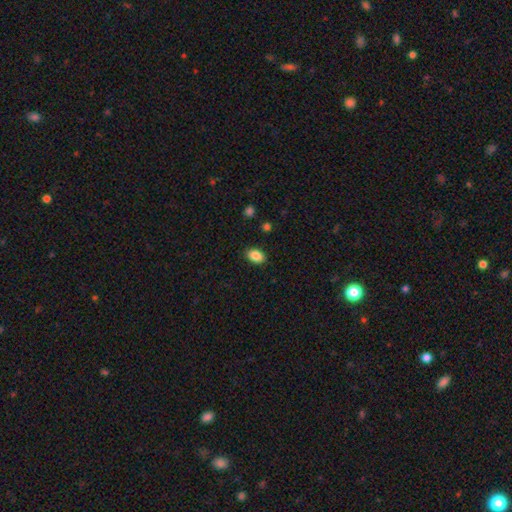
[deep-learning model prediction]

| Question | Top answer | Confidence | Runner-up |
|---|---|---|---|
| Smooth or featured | smooth | 88% | star or artifact (8%) |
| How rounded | in between | 86% | round (13%) |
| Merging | none | 88% | minor disturbance (8%) |